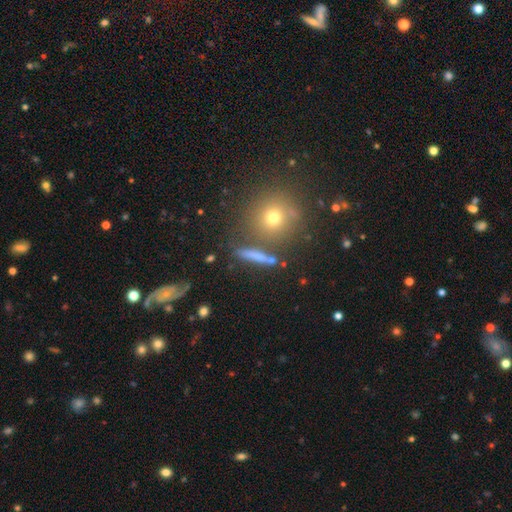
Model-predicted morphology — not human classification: A smooth galaxy with no disk features (65%) that is cigar-shaped (74%). Merging: none (76%).